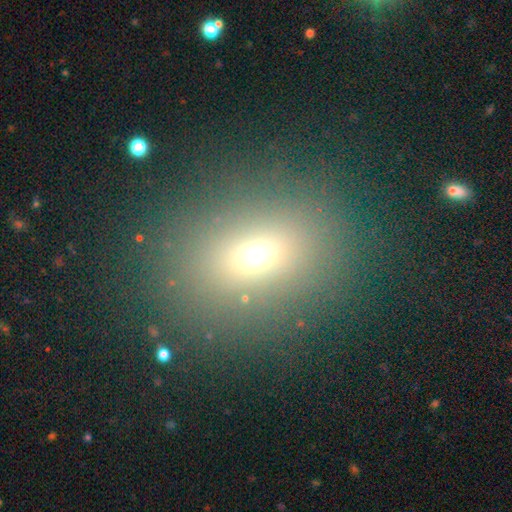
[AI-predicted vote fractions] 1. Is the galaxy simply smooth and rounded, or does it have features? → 65% smooth, 22% star or artifact, 13% featured or disk.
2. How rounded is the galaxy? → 53% in between, 45% round, 2% cigar-shaped.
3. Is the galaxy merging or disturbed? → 84% none, 9% minor disturbance, 5% major disturbance, 2% merger.